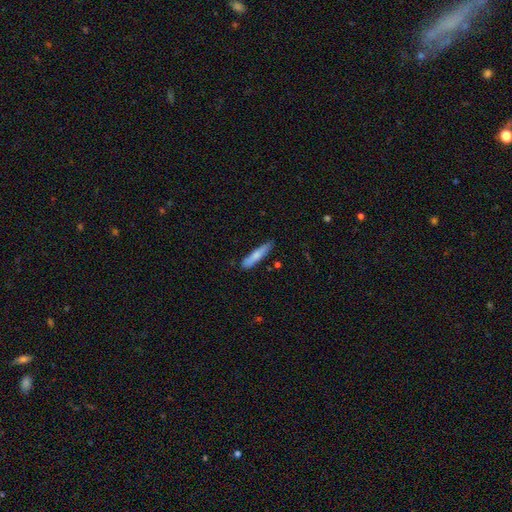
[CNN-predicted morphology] This appears to be a smooth galaxy with no disk features (72%) that is cigar-shaped (86%). Merging: none (78%).